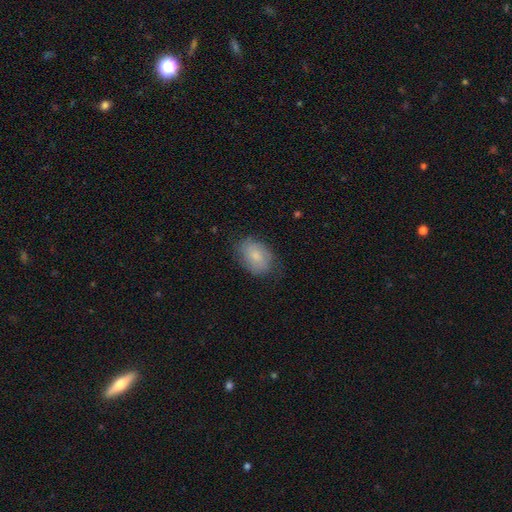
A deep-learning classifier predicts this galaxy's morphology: This appears to be a smooth galaxy with no disk features (74%) that is in between round and cigar-shaped (83%). Merging: none (72%).